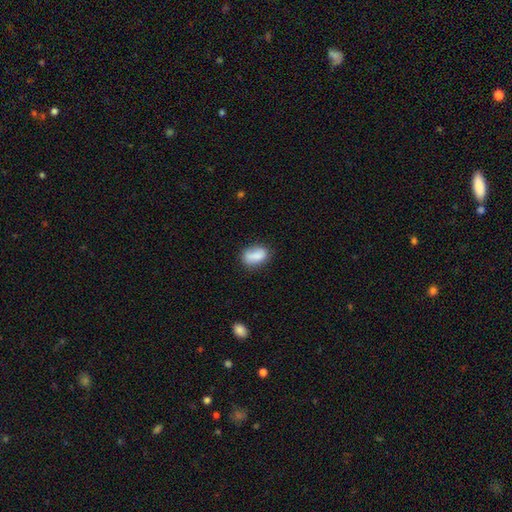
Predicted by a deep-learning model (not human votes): The model was most divided on "merging": none: 65%, minor disturbance: 23%, major disturbance: 6%, merger: 6%. More confident: how rounded — in between (88%); smooth or featured — smooth (84%).